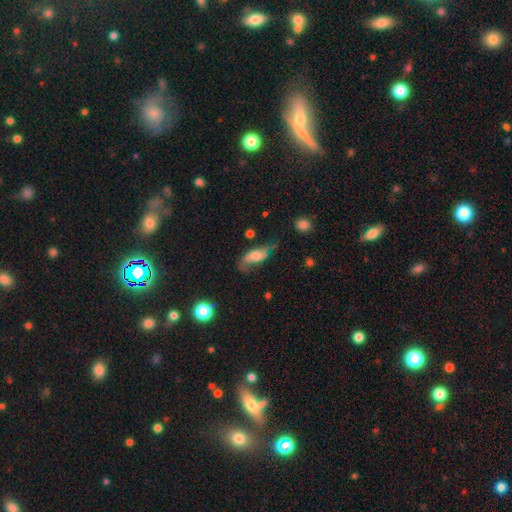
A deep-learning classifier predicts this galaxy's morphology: Smooth or featured? featured or disk (57%)
Edge-on disk? no (84%)
Merging? none (50%)